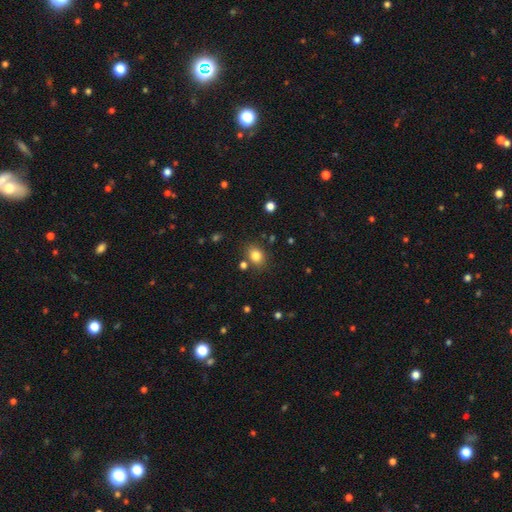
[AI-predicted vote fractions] Smooth or featured? Predicted: smooth (p=0.81). How rounded? Predicted: in between (p=0.56). Merging? Predicted: none (p=0.78).